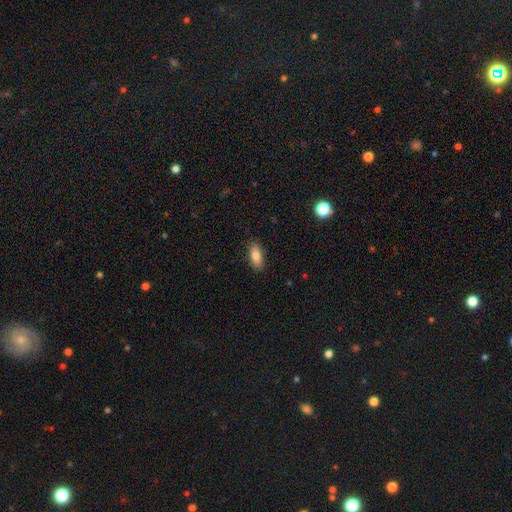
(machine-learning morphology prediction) The model was most divided on "how rounded": in between: 81%, cigar-shaped: 16%, round: 3%. More confident: merging — none (85%); smooth or featured — smooth (80%).